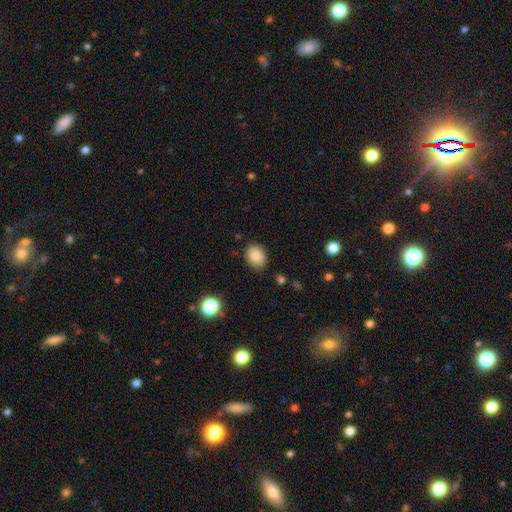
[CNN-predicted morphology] Q: Smooth or featured?
A: smooth (84%); runner-up: star or artifact (9%)
Q: How rounded?
A: in between (58%); runner-up: round (41%)
Q: Merging?
A: none (81%); runner-up: minor disturbance (14%)